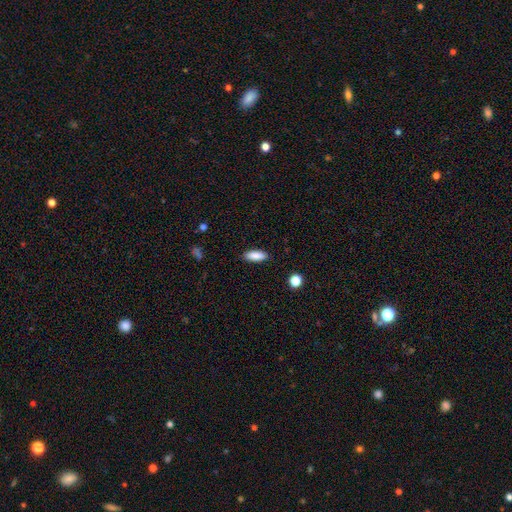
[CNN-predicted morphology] Overall: smooth (88%). How rounded: in between (66%; cigar-shaped 32%). Merging: none (88%).